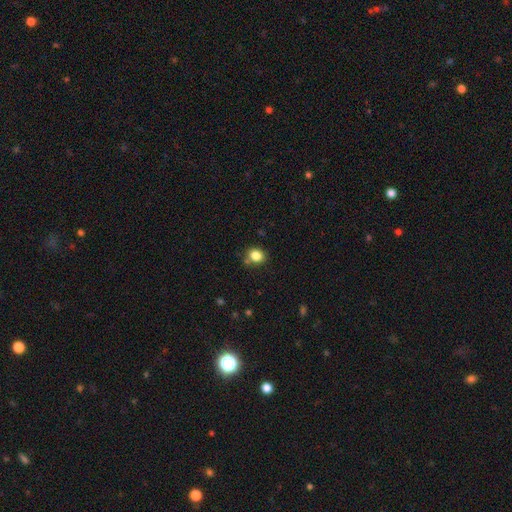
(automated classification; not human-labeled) Q: Smooth or featured?
A: smooth (84%); runner-up: star or artifact (11%)
Q: How rounded?
A: round (65%); runner-up: in between (34%)
Q: Merging?
A: none (74%); runner-up: minor disturbance (14%)